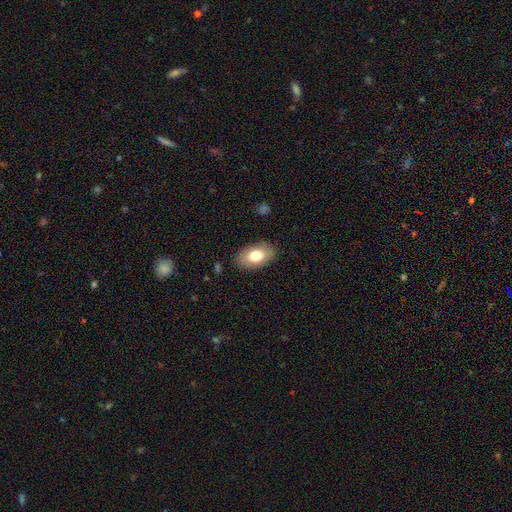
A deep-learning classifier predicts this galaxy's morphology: The model was most divided on "smooth or featured": smooth: 76%, featured or disk: 17%, star or artifact: 7%. More confident: how rounded — in between (93%); merging — none (86%).